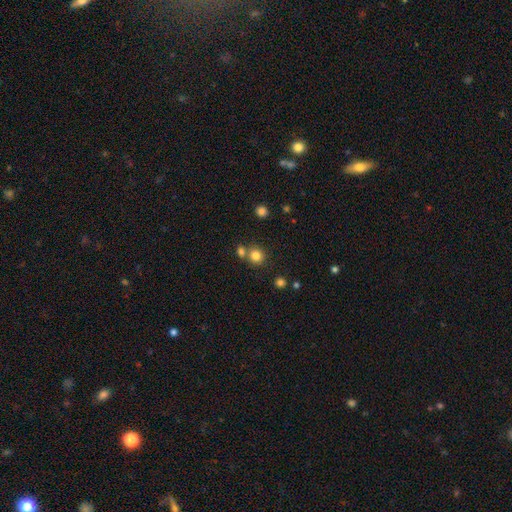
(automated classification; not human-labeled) smooth-or-featured: smooth: 81% | star or artifact: 13% | featured or disk: 6%
  how-rounded: round: 87% | in between: 12% | cigar-shaped: 1%
  merging: none: 65% | merger: 25% | minor disturbance: 8% | major disturbance: 3%